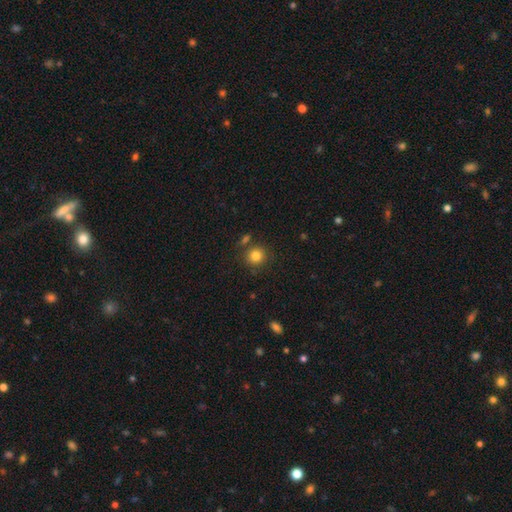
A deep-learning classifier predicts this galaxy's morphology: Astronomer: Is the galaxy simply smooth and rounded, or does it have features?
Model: smooth — 82%.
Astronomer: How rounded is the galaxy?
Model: round — 90%.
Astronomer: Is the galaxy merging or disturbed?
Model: none — 79%.